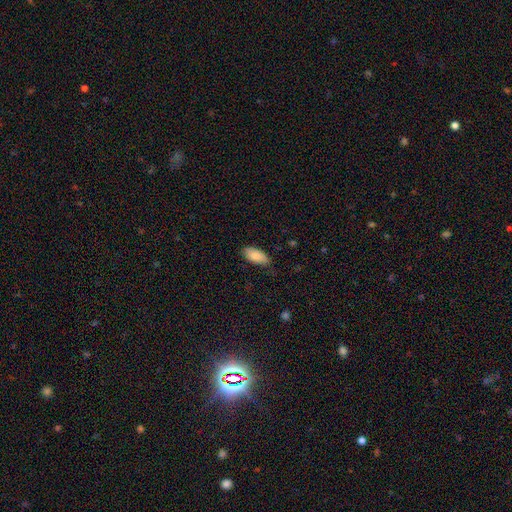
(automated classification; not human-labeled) Q: Smooth or featured?
A: smooth (88%); runner-up: featured or disk (6%)
Q: How rounded?
A: in between (92%); runner-up: cigar-shaped (7%)
Q: Merging?
A: none (76%); runner-up: minor disturbance (19%)